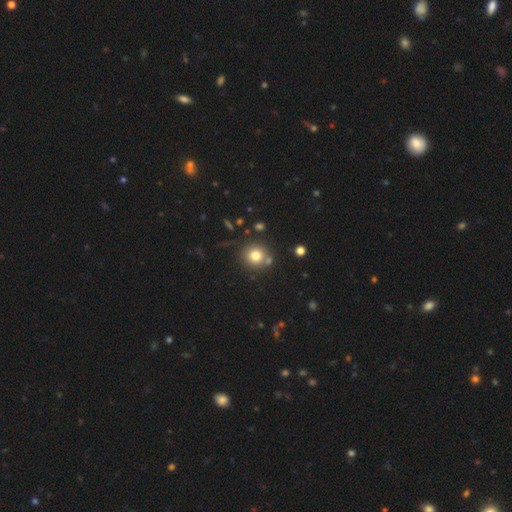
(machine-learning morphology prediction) A smooth galaxy with no disk features (78%) that is round (90%). Merging: none (77%).